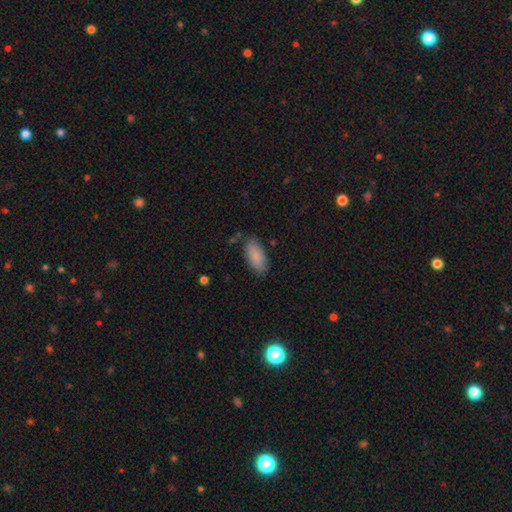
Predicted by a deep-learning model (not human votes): Smooth or featured? Predicted: smooth (p=0.85). How rounded? Predicted: in between (p=0.89). Merging? Predicted: none (p=0.82).